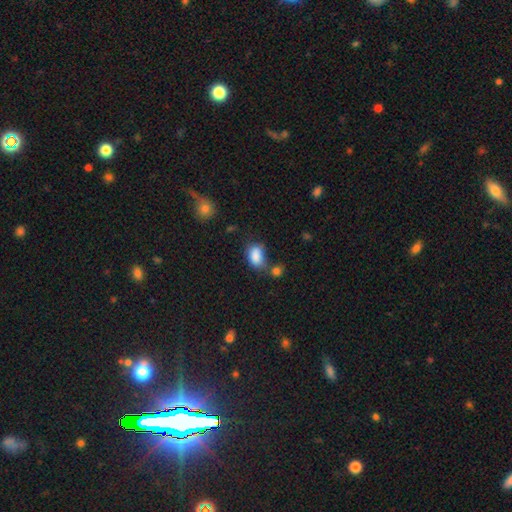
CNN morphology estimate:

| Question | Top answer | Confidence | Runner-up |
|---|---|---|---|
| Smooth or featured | smooth | 85% | star or artifact (9%) |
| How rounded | in between | 86% | round (13%) |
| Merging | none | 48% | minor disturbance (25%) |